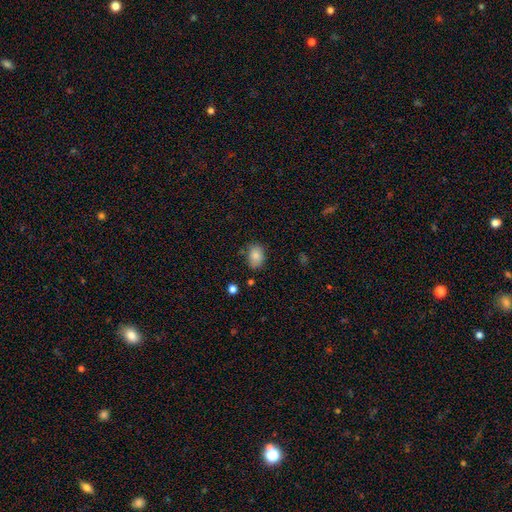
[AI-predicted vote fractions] Morphology: type=smooth (84%); roundness=in between (71%); merging=none (73%).